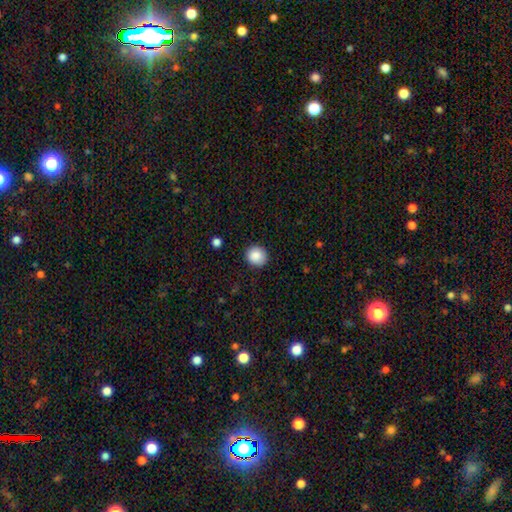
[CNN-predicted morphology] smooth 87%, star or artifact 9%, featured or disk 4%. Down the decision tree: how rounded — round (90%); merging — none (90%).